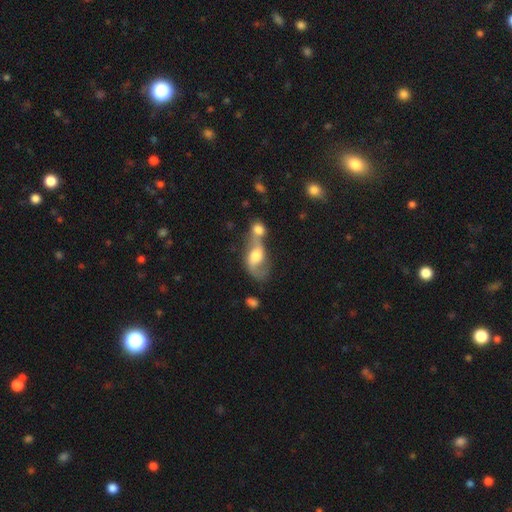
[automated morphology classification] Overall: featured or disk (54%; smooth 38%). Edge-on disk: no (93%). Bar: no (51%; weak 37%). Spiral arms: yes (76%). Bulge size: moderate (51%; large 31%). Merging: merger (60%).